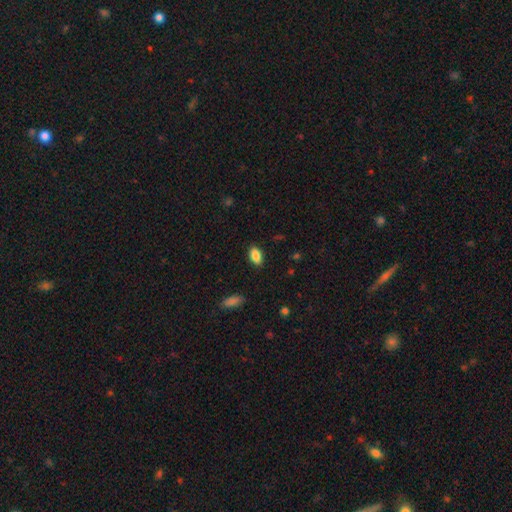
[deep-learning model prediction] Morphology: type=smooth (87%); roundness=in between (91%); merging=none (88%).